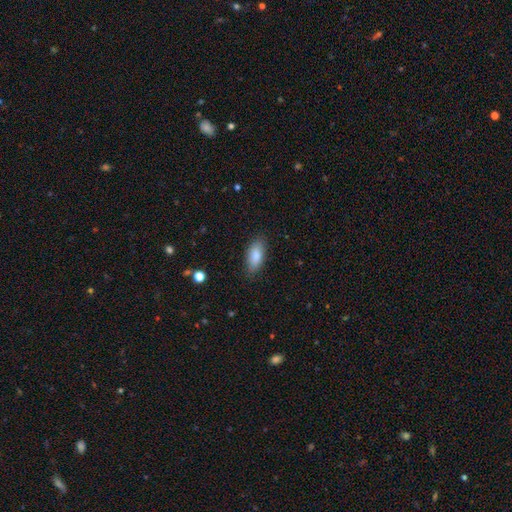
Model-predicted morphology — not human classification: Smooth or featured? smooth (86%)
How rounded? in between (86%)
Merging? none (83%)